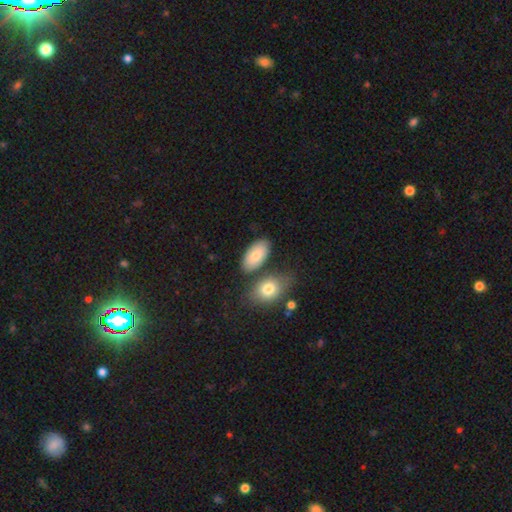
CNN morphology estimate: A smooth galaxy with no disk features (78%) that is in between round and cigar-shaped (93%).

Vote fractions:
- Smooth or featured? smooth: 78% / featured or disk: 16% / star or artifact: 6%
- How rounded? in between: 93% / round: 4% / cigar-shaped: 3%
- Merging? none: 69% / minor disturbance: 14% / merger: 13% / major disturbance: 4%